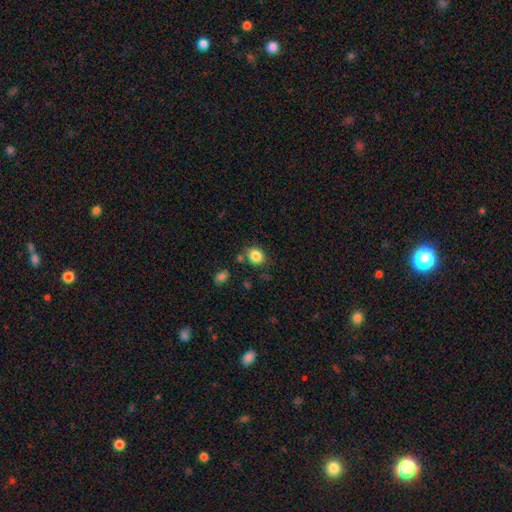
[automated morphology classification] This is clearly a smooth galaxy (84%). How rounded: likely round (72%). Merging: likely none (72%).